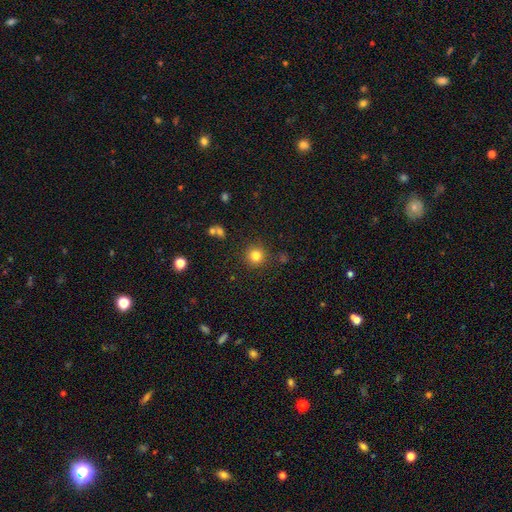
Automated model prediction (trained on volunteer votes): Smooth or featured: smooth — 82% (star or artifact — 13%)
How rounded: round — 94% (in between — 5%)
Merging: none — 88% (minor disturbance — 7%)